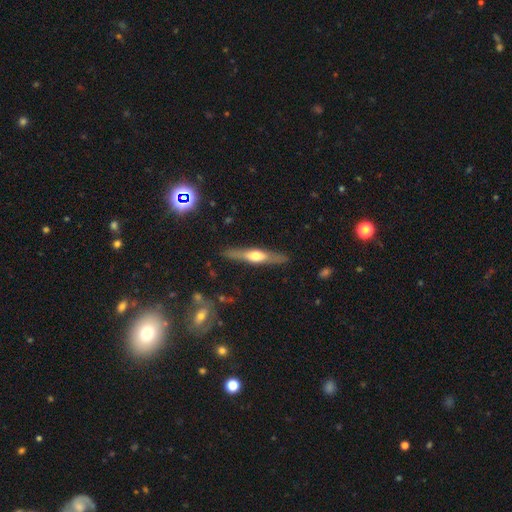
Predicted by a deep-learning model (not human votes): Morphology: type=featured or disk (62%); edge-on=yes (93%); edge-on bulge=rounded (89%); merging=none (88%).